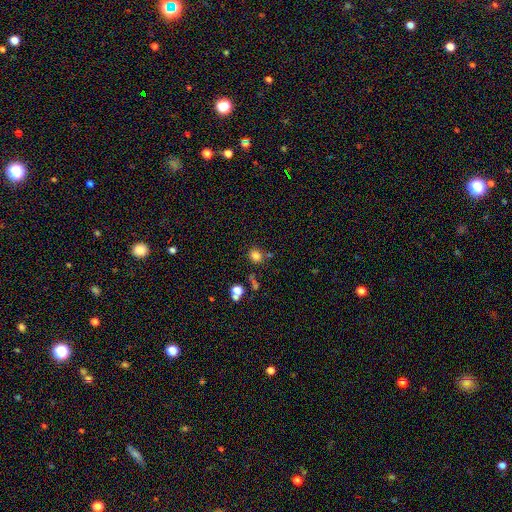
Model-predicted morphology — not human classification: A smooth galaxy with no disk features (79%) that is round (77%).

Vote fractions:
- Smooth or featured? smooth: 79% / star or artifact: 14% / featured or disk: 6%
- How rounded? round: 77% / in between: 22% / cigar-shaped: 1%
- Merging? none: 71% / minor disturbance: 13% / merger: 11% / major disturbance: 5%